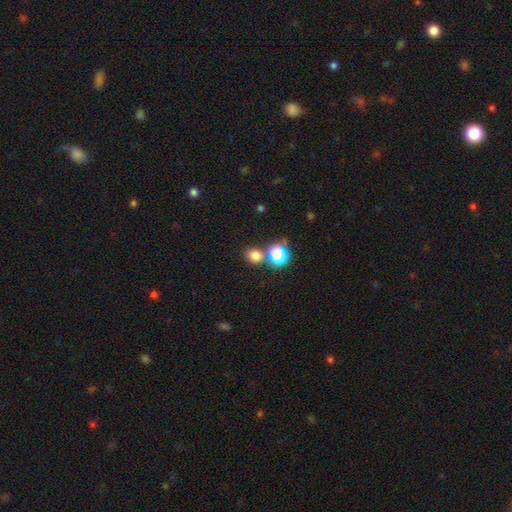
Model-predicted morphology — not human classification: This is likely a smooth galaxy (74%). How rounded: likely round (67%). Merging: likely none (69%).